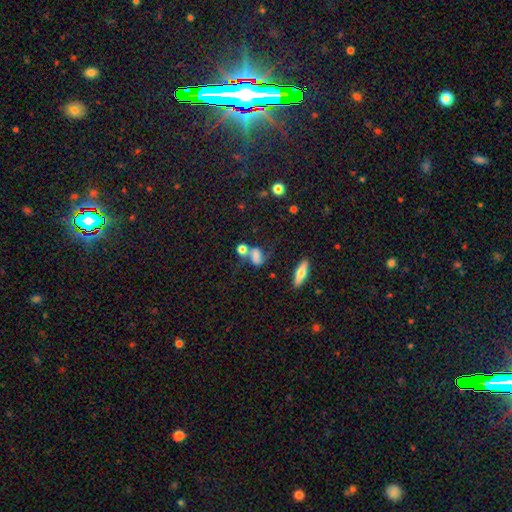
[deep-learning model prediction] This is possibly a smooth galaxy (56%). How rounded: possibly in between (58%). Merging: marginally none (36%).